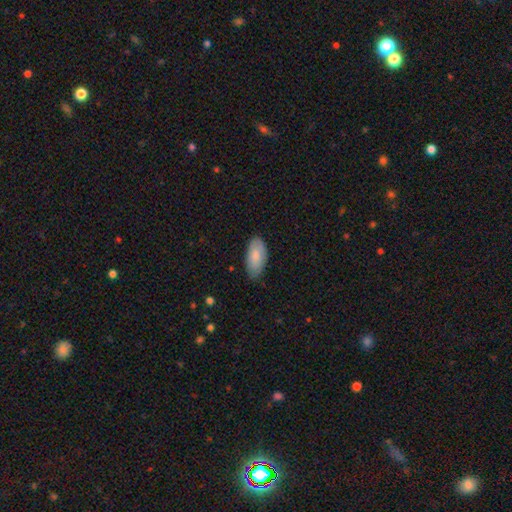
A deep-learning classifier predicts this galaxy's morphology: Q: Smooth or featured?
A: smooth (83%); runner-up: featured or disk (11%)
Q: How rounded?
A: in between (92%); runner-up: cigar-shaped (6%)
Q: Merging?
A: none (78%); runner-up: minor disturbance (18%)